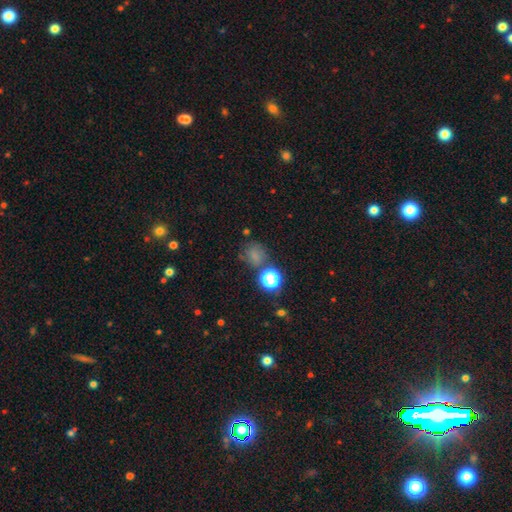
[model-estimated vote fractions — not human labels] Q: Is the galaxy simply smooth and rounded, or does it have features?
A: smooth — 64%.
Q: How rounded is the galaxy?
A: round — 71%.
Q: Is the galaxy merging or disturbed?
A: none — 60%.